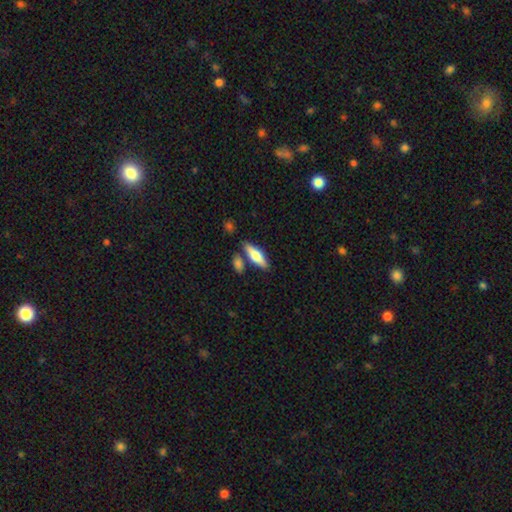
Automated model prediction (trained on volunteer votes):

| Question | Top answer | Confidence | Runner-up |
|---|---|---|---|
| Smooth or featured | smooth | 58% | featured or disk (36%) |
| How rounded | cigar-shaped | 54% | in between (43%) |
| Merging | none | 74% | merger (12%) |